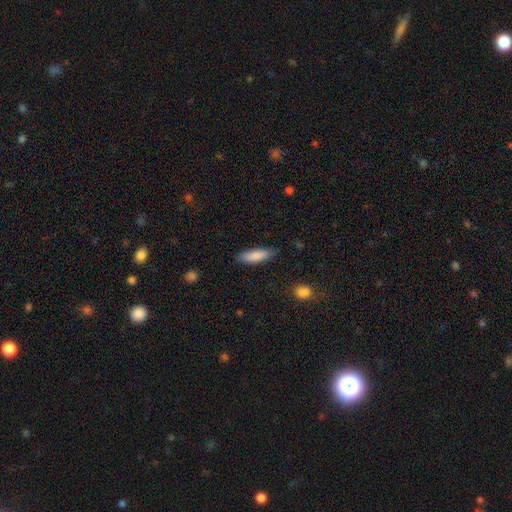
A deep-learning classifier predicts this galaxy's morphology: This is clearly a smooth galaxy (85%). How rounded: possibly cigar-shaped (55%). Merging: clearly none (84%).